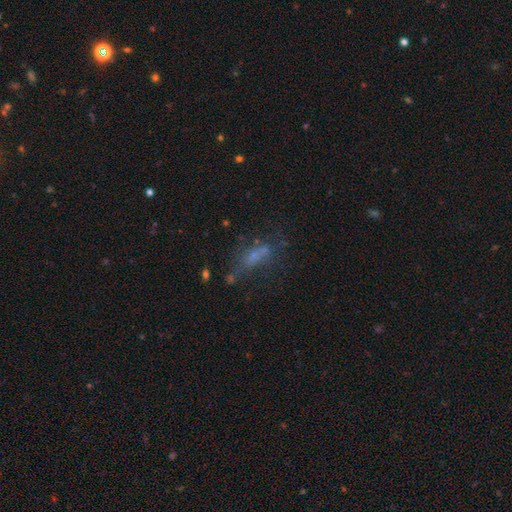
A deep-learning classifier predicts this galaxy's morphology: Smooth or featured: smooth — 45% (featured or disk — 33%)
Merging: none — 42% (major disturbance — 25%)